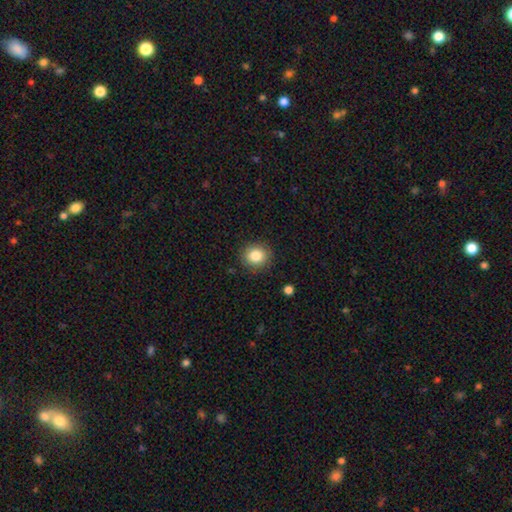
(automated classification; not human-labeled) smooth_or_featured: smooth (p=0.84) [alt: star or artifact p=0.09]
how_rounded: round (p=0.86) [alt: in between p=0.13]
merging: none (p=0.89) [alt: minor disturbance p=0.08]